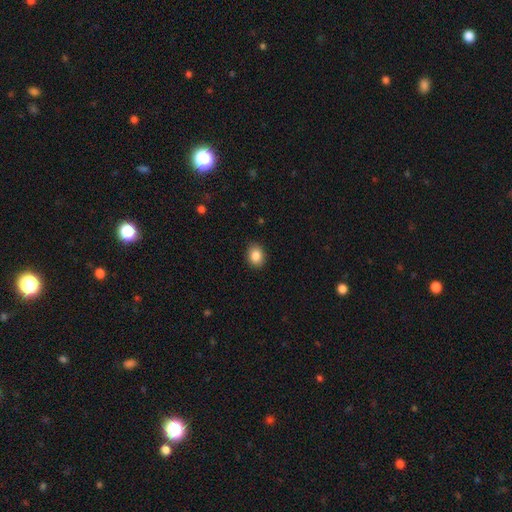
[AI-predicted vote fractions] Q: Smooth or featured?
A: smooth (87%); runner-up: star or artifact (9%)
Q: How rounded?
A: in between (54%); runner-up: round (46%)
Q: Merging?
A: none (89%); runner-up: minor disturbance (8%)